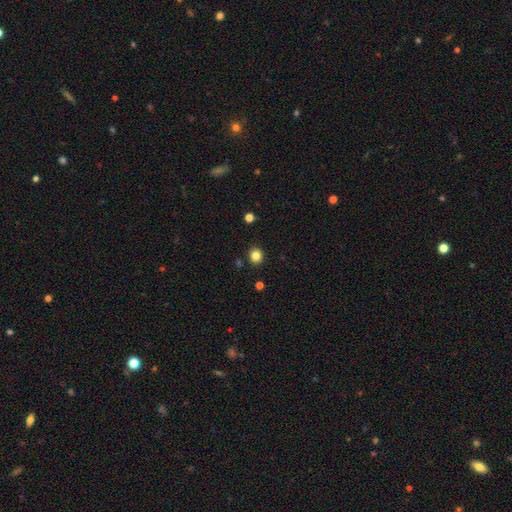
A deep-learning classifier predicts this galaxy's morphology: Smooth or featured? Predicted: smooth (p=0.83). How rounded? Predicted: round (p=0.82). Merging? Predicted: none (p=0.90).